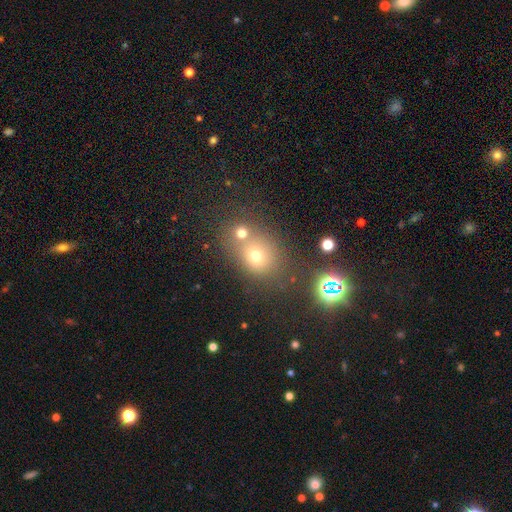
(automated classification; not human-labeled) A smooth galaxy with no disk features (63%) that is round (62%). Merging: none (56%).